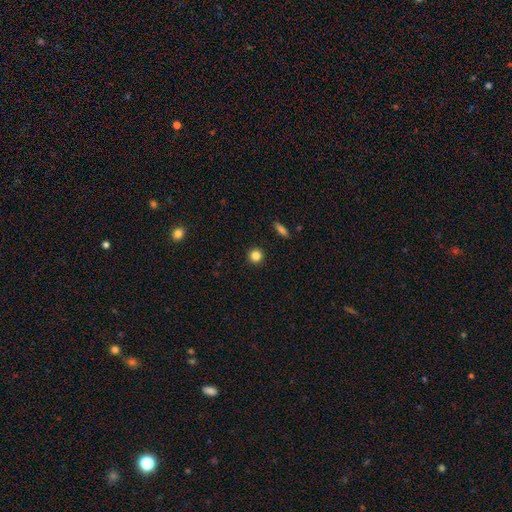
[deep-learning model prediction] smooth-or-featured: smooth: 84% | star or artifact: 11% | featured or disk: 5%
  how-rounded: round: 94% | in between: 5% | cigar-shaped: 1%
  merging: none: 92% | minor disturbance: 5% | major disturbance: 2% | merger: 1%